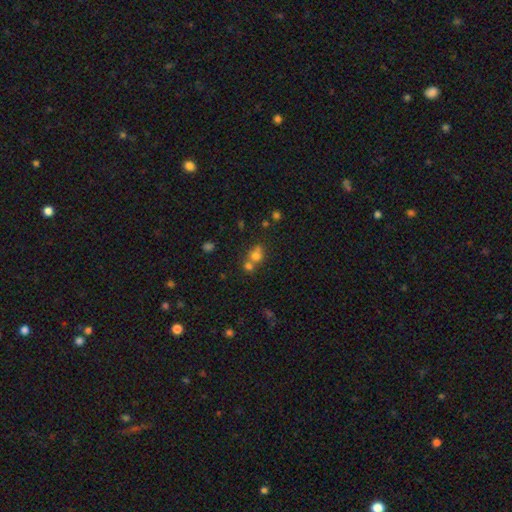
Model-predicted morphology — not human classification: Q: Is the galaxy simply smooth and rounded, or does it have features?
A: smooth — 70%.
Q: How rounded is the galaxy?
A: round — 66%.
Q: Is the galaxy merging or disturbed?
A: merger — 53%.